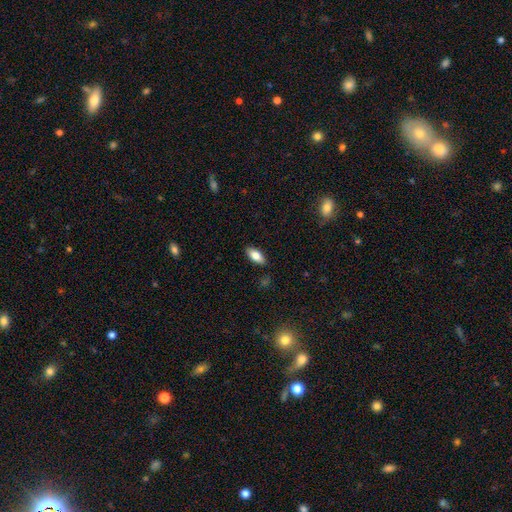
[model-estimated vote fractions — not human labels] Smooth or featured: smooth — 79% (featured or disk — 14%)
How rounded: in between — 87% (cigar-shaped — 11%)
Merging: none — 86% (minor disturbance — 10%)